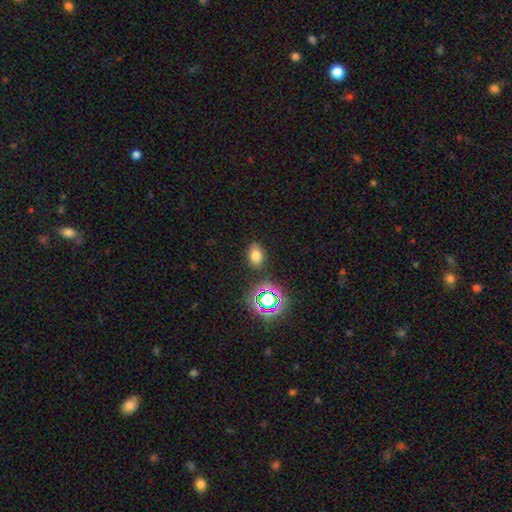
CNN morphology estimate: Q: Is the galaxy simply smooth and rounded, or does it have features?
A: smooth — 71%.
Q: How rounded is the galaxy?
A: in between — 78%.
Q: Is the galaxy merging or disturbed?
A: none — 82%.